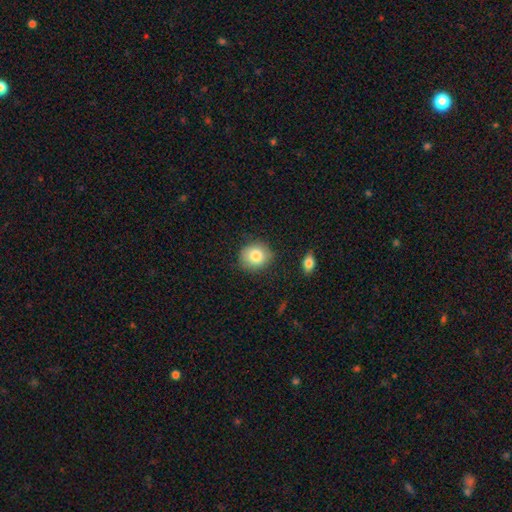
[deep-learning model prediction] Overall: smooth (83%). How rounded: round (76%). Merging: none (82%).